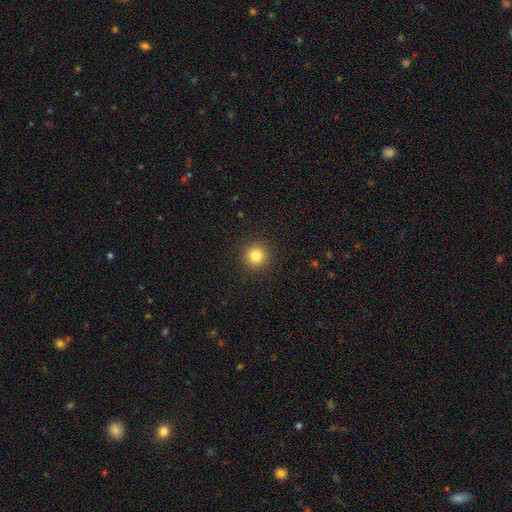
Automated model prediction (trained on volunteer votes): Smooth or featured? Predicted: smooth (p=0.83). How rounded? Predicted: round (p=0.95). Merging? Predicted: none (p=0.92).